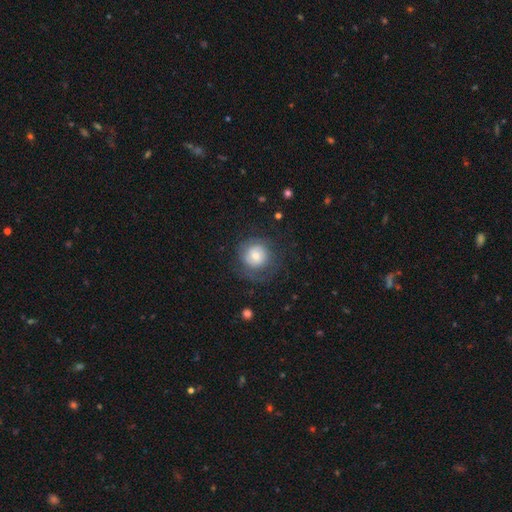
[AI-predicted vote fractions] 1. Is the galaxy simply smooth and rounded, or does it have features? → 62% smooth, 30% featured or disk, 8% star or artifact.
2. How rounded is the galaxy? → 89% round, 10% in between, 1% cigar-shaped.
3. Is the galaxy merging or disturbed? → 62% none, 19% minor disturbance, 17% major disturbance, 1% merger.